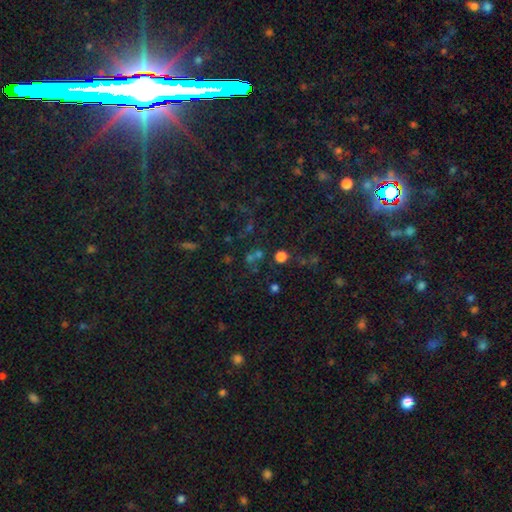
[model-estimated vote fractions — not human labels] This appears to be a star or artifact, not a galaxy (54%).